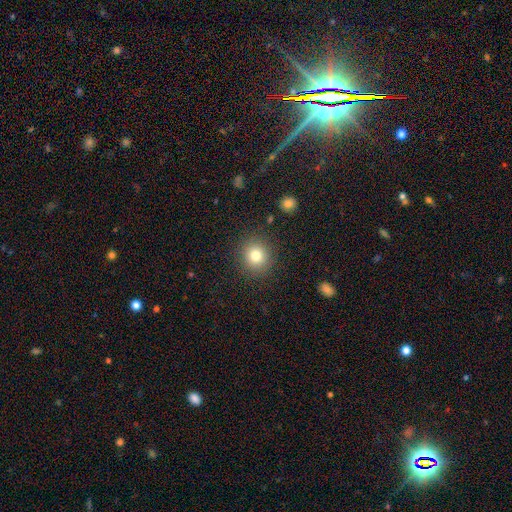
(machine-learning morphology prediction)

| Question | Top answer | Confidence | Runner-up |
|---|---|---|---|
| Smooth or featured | smooth | 79% | star or artifact (12%) |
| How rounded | round | 89% | in between (10%) |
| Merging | none | 89% | minor disturbance (7%) |